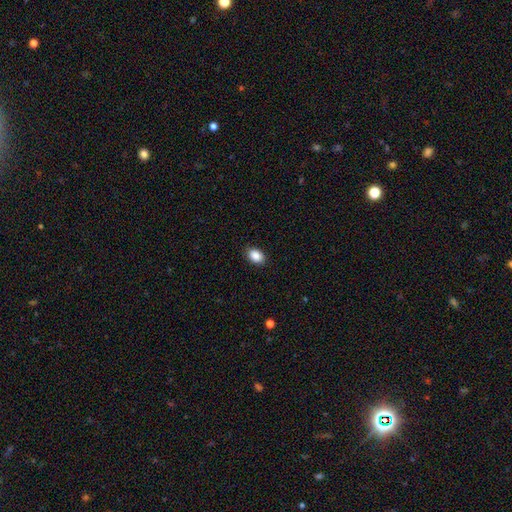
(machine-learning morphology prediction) type=smooth (89%); roundness=in between (81%); merging=none (88%).